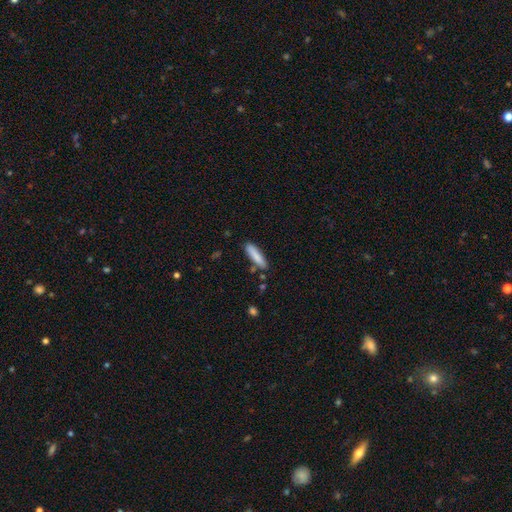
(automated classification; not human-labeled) The model was most divided on "how rounded": cigar-shaped: 76%, in between: 23%, round: 1%. More confident: smooth or featured — smooth (85%); merging — none (82%).